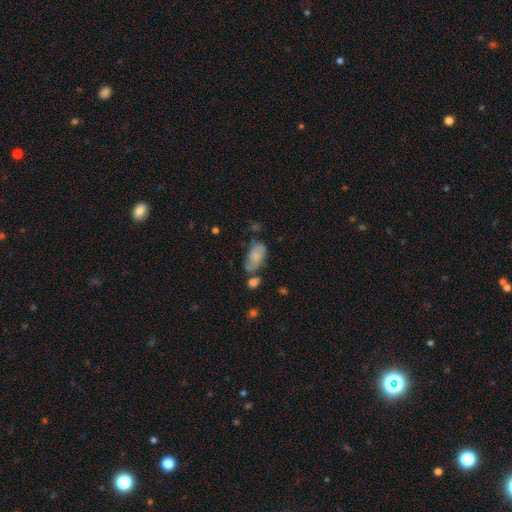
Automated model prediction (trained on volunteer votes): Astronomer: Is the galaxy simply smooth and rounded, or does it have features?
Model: smooth — 64%.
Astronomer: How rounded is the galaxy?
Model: in between — 92%.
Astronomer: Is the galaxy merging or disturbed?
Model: none — 41% (runner-up: minor disturbance, 28%).